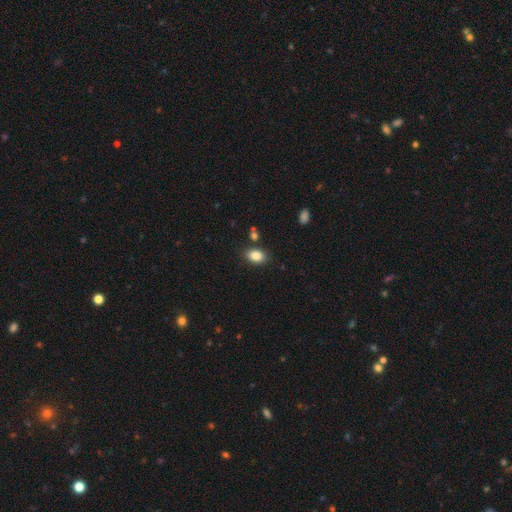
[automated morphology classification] Q: Smooth or featured?
A: smooth (85%); runner-up: star or artifact (9%)
Q: How rounded?
A: in between (83%); runner-up: round (16%)
Q: Merging?
A: none (82%); runner-up: minor disturbance (11%)